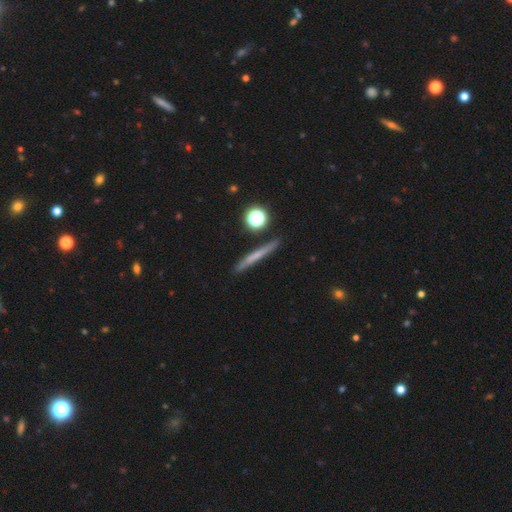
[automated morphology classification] Smooth or featured? Predicted: smooth (p=0.50). Merging? Predicted: none (p=0.86).